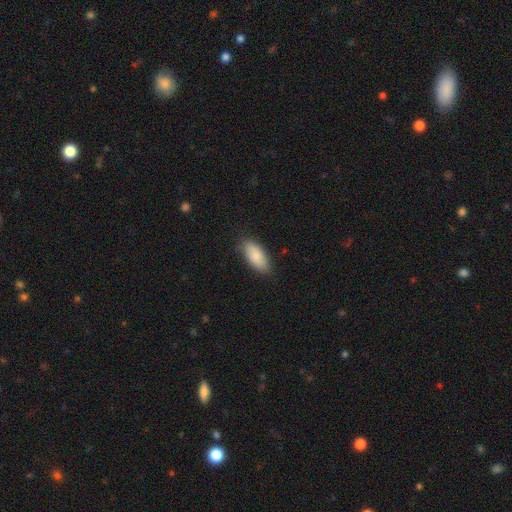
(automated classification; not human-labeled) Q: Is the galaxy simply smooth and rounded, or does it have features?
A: smooth — 87%.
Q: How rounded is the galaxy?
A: in between — 87%.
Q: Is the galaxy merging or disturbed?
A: none — 83%.